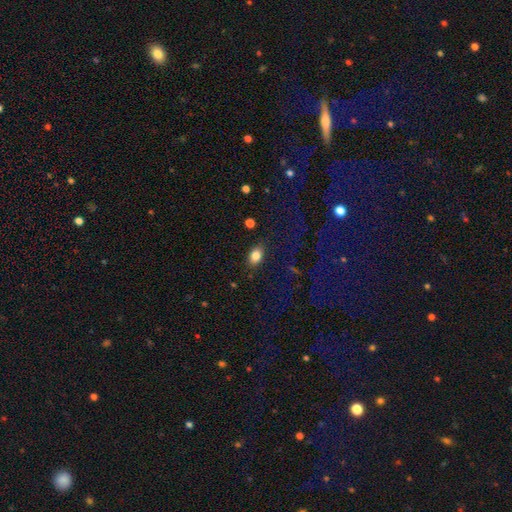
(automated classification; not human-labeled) smooth_or_featured: smooth (p=0.82) [alt: star or artifact p=0.10]
how_rounded: in between (p=0.81) [alt: round p=0.17]
merging: none (p=0.84) [alt: minor disturbance p=0.11]